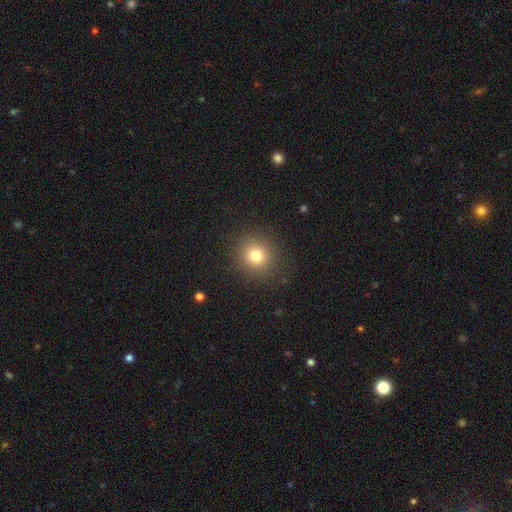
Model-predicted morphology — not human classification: A smooth galaxy with no disk features (79%) that is round (88%). Merging: none (89%).